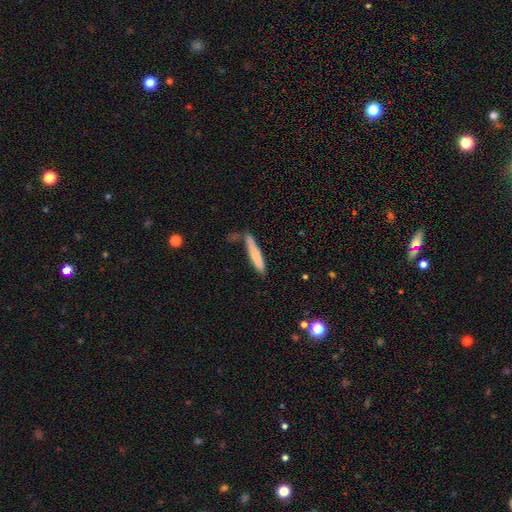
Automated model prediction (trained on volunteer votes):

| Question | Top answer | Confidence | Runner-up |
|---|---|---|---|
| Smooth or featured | smooth | 70% | featured or disk (25%) |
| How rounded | cigar-shaped | 91% | in between (8%) |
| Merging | none | 70% | minor disturbance (18%) |